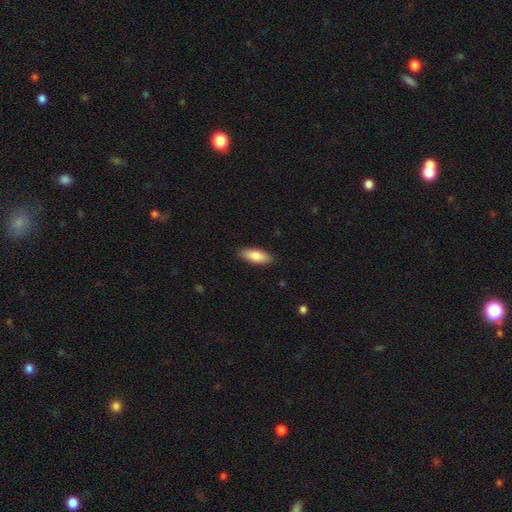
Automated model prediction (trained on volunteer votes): Morphology: type=smooth (84%); roundness=in between (76%); merging=none (89%).